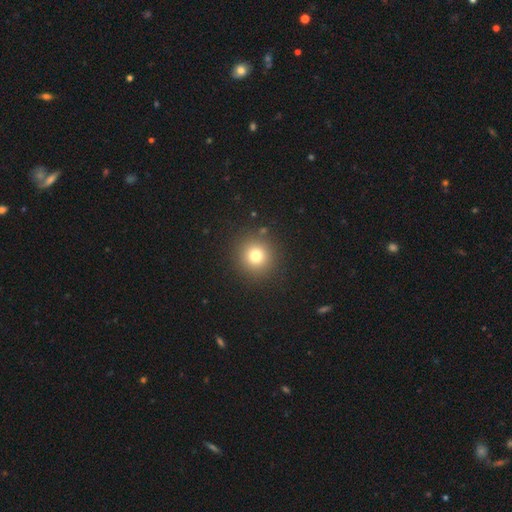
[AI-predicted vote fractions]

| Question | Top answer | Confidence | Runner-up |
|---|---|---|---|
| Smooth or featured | smooth | 77% | star or artifact (15%) |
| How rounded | round | 94% | in between (6%) |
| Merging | none | 90% | minor disturbance (6%) |